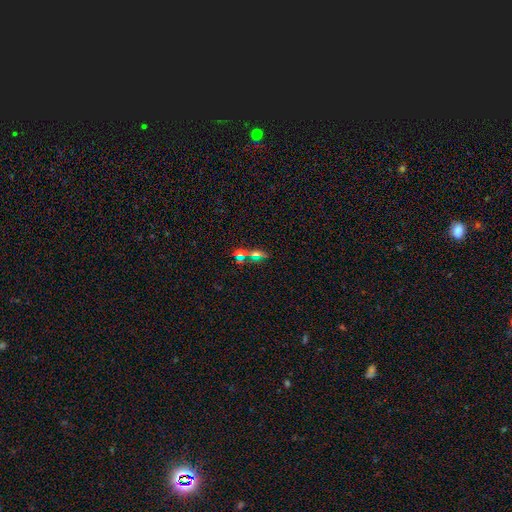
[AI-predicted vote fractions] This appears to be a smooth galaxy with no disk features (36%). Merging: none (54%).